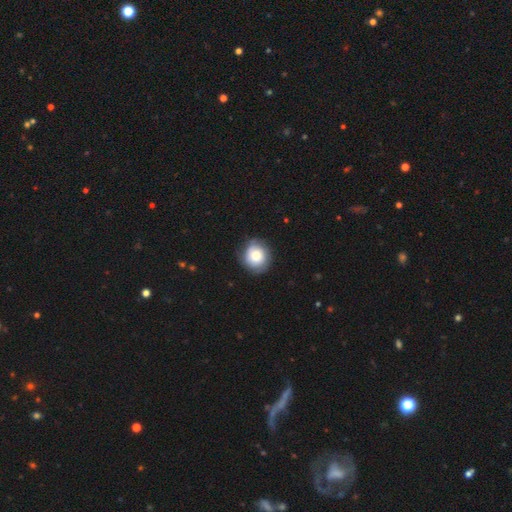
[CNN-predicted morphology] The model was most divided on "smooth or featured": smooth: 68%, featured or disk: 25%, star or artifact: 8%. More confident: how rounded — round (85%); merging — none (78%).